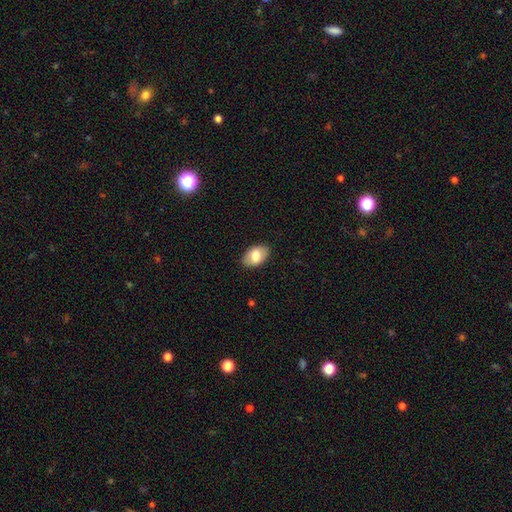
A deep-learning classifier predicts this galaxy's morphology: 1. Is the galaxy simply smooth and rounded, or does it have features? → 78% smooth, 16% featured or disk, 7% star or artifact.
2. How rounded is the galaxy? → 91% in between, 8% round, 1% cigar-shaped.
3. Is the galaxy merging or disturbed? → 87% none, 10% minor disturbance, 2% major disturbance, 1% merger.